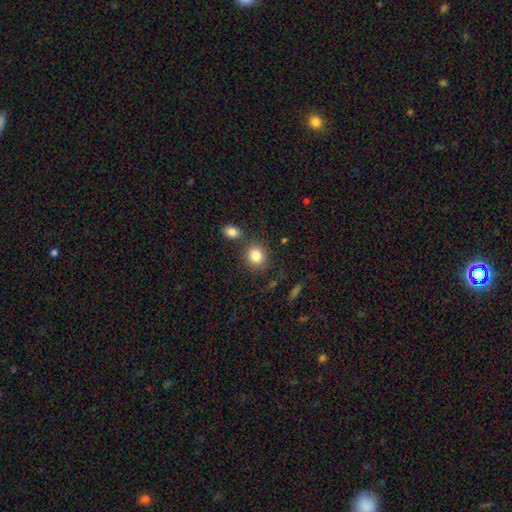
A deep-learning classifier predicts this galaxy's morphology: The model was most divided on "how rounded": round: 77%, in between: 22%, cigar-shaped: 1%. More confident: smooth or featured — smooth (84%); merging — none (75%).